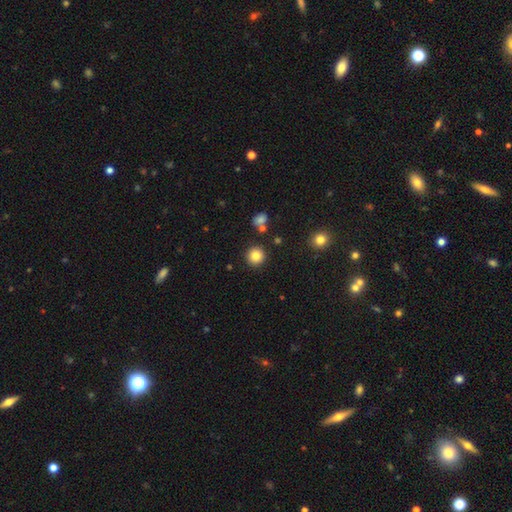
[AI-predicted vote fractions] Smooth or featured?
  - smooth: 83% *
  - star or artifact: 11%
  - featured or disk: 6%
How rounded?
  - round: 94% *
  - in between: 5%
  - cigar-shaped: 1%
Merging?
  - none: 88% *
  - minor disturbance: 6%
  - merger: 3%
  - major disturbance: 2%